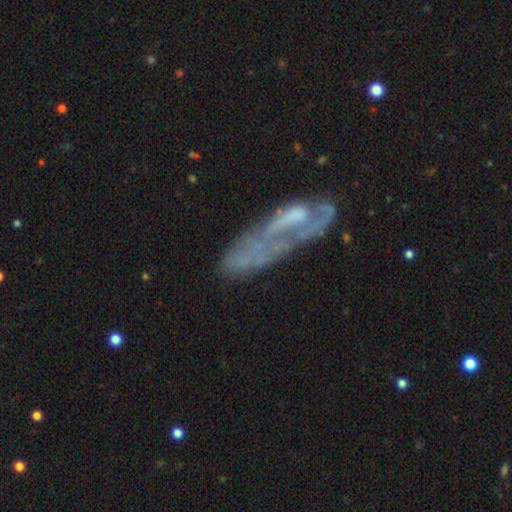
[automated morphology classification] smooth-or-featured: featured or disk: 59% | smooth: 31% | star or artifact: 10%
  disk-edge-on: no: 78% | yes: 22%
  merging: none: 36% | major disturbance: 35% | minor disturbance: 21% | merger: 8%